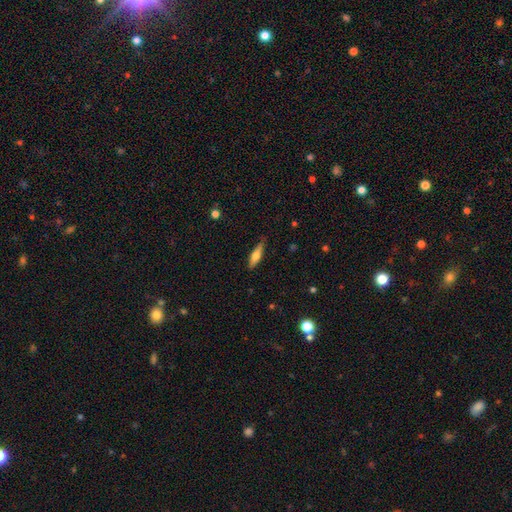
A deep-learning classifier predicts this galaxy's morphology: Smooth or featured? smooth (54%)
How rounded? cigar-shaped (68%)
Merging? none (82%)